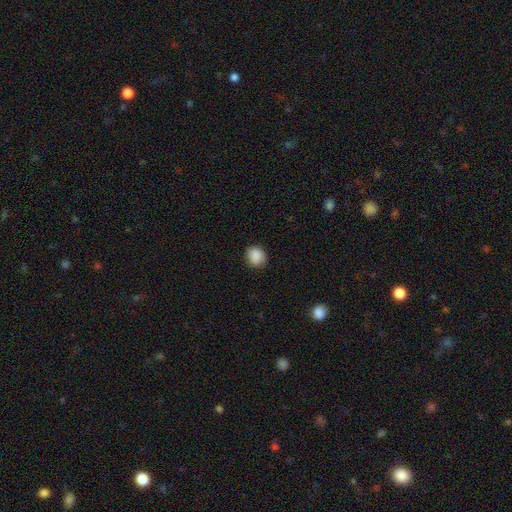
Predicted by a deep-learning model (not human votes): Morphology: type=smooth (88%); roundness=round (65%); merging=none (82%).